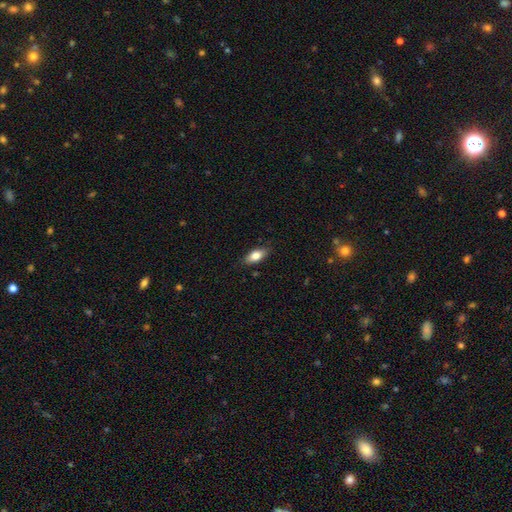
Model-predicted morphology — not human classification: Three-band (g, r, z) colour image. It shows a smooth galaxy with no disk features (79%) that is in between round and cigar-shaped (84%). Merging: none (85%).